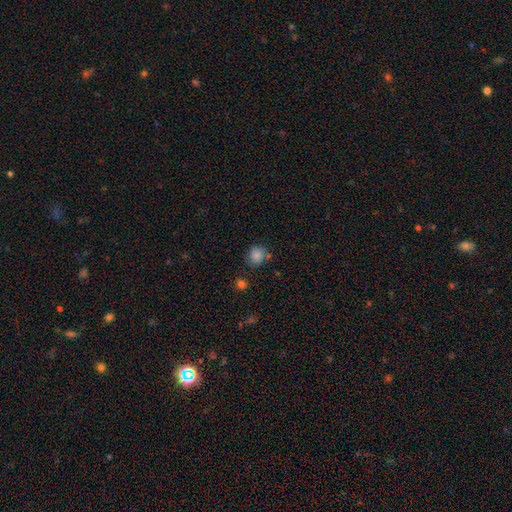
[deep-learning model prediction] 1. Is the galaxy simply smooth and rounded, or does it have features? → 82% smooth, 13% star or artifact, 5% featured or disk.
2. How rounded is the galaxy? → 84% round, 15% in between, 1% cigar-shaped.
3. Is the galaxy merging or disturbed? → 75% none, 15% minor disturbance, 7% merger, 4% major disturbance.